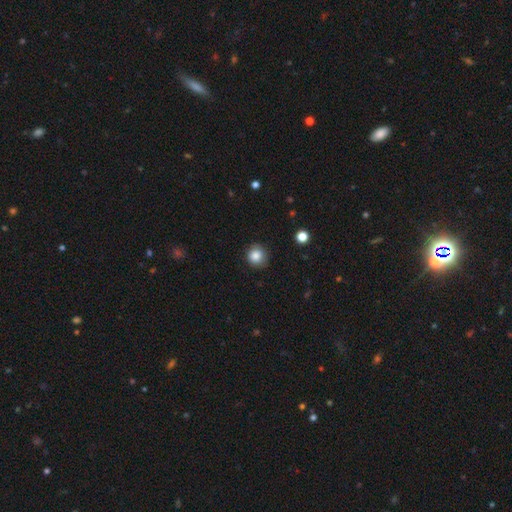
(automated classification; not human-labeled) A smooth galaxy with no disk features (85%) that is round (91%).

Vote fractions:
- Smooth or featured? smooth: 85% / star or artifact: 10% / featured or disk: 5%
- How rounded? round: 91% / in between: 9% / cigar-shaped: 1%
- Merging? none: 85% / minor disturbance: 11% / major disturbance: 2% / merger: 1%